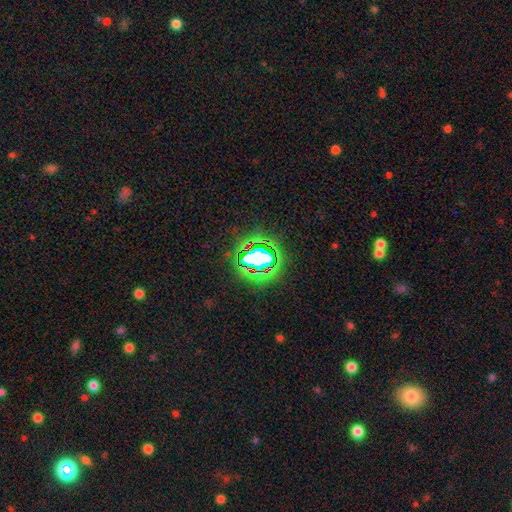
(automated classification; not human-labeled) smooth_or_featured: star or artifact (p=0.62) [alt: smooth p=0.25]